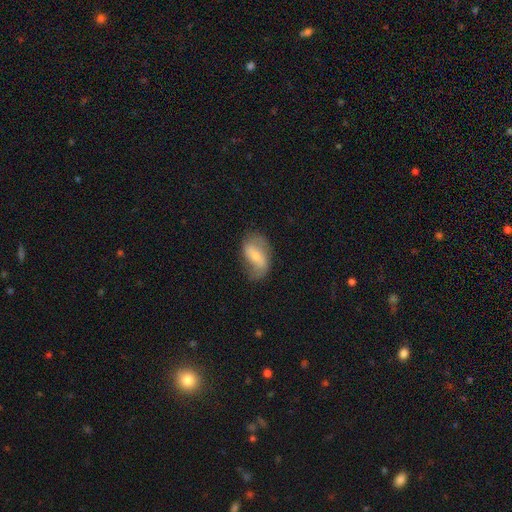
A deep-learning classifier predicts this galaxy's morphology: featured or disk 56%, smooth 37%, star or artifact 7%. Down the decision tree: edge-on disk — no (95%); bar — weak (42%); spiral arms — yes (79%); bulge size — small (46%); merging — none (60%).